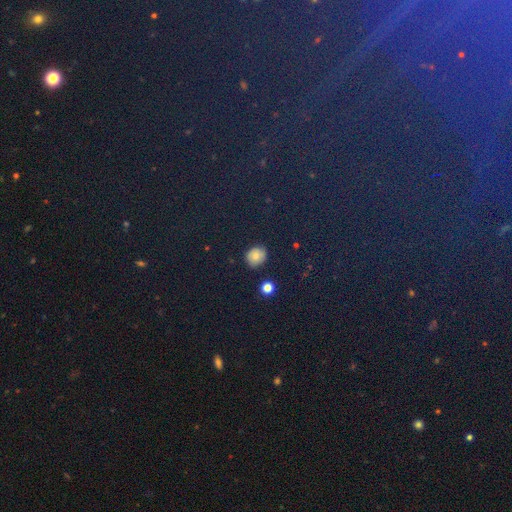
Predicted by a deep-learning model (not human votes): Smooth or featured? Predicted: smooth (p=0.70). How rounded? Predicted: round (p=0.69). Merging? Predicted: none (p=0.82).